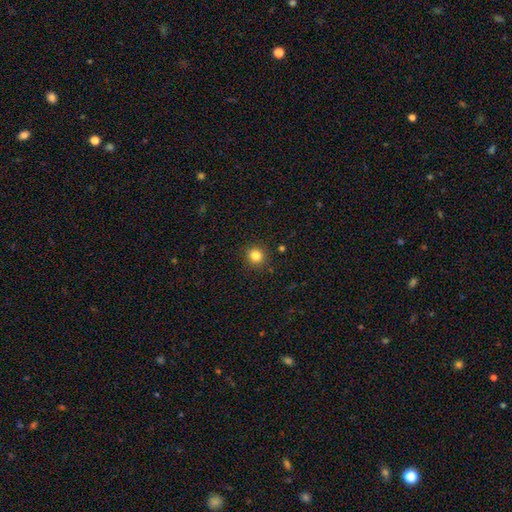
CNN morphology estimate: Q: Smooth or featured?
A: smooth (83%); runner-up: star or artifact (12%)
Q: How rounded?
A: round (88%); runner-up: in between (11%)
Q: Merging?
A: none (89%); runner-up: minor disturbance (7%)